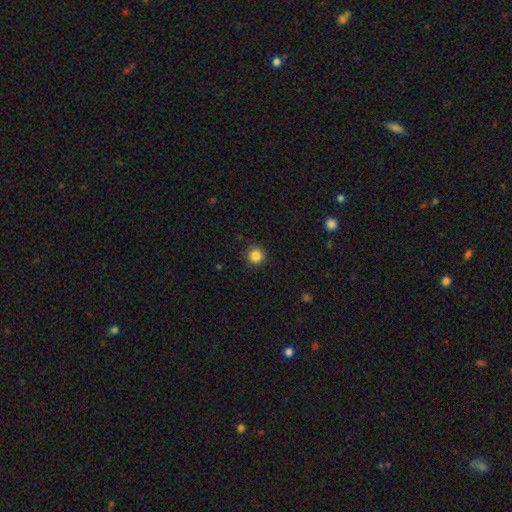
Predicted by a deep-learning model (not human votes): Smooth or featured? Predicted: smooth (p=0.85). How rounded? Predicted: round (p=0.95). Merging? Predicted: none (p=0.92).